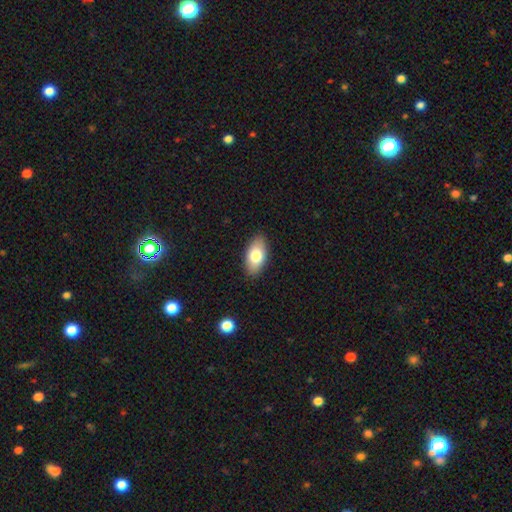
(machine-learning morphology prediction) Smooth or featured: smooth — 78% (featured or disk — 16%)
How rounded: in between — 93% (round — 4%)
Merging: none — 89% (minor disturbance — 9%)